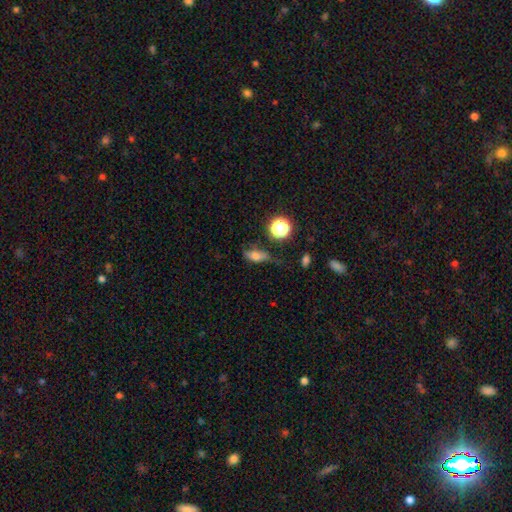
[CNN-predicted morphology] smooth-or-featured: smooth: 67% | featured or disk: 18% | star or artifact: 14%
  how-rounded: in between: 68% | cigar-shaped: 17% | round: 15%
  merging: none: 50% | minor disturbance: 31% | major disturbance: 15% | merger: 4%